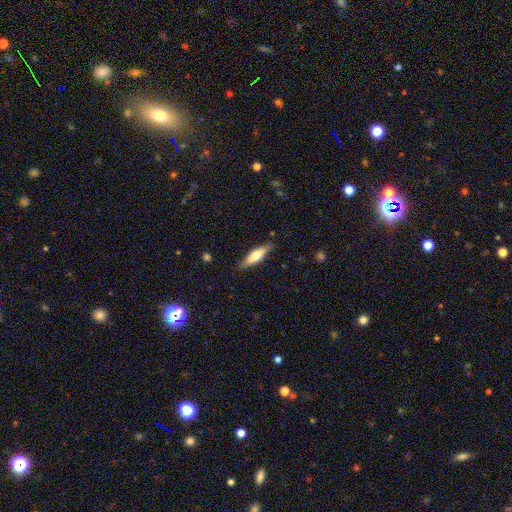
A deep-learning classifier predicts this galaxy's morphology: A smooth galaxy with no disk features (54%) that is cigar-shaped (57%). Merging: none (85%).